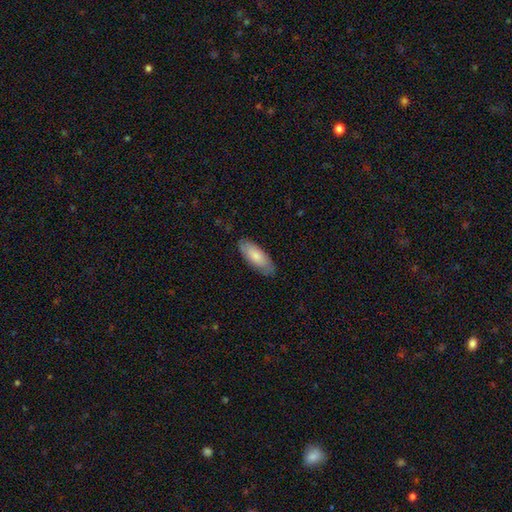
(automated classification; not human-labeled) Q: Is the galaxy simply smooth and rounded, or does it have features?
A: smooth — 80%.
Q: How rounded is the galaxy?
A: in between — 75%.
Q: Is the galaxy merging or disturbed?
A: none — 82%.